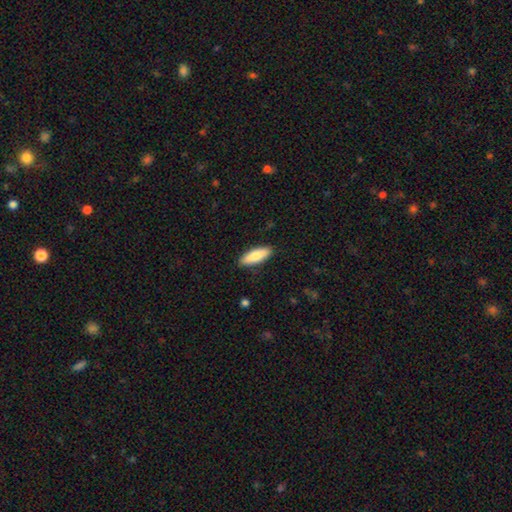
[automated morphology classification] A smooth galaxy with no disk features (81%) that is in between round and cigar-shaped (61%).

Vote fractions:
- Smooth or featured? smooth: 81% / featured or disk: 14% / star or artifact: 5%
- How rounded? in between: 61% / cigar-shaped: 37% / round: 2%
- Merging? none: 89% / minor disturbance: 8% / major disturbance: 2% / merger: 1%